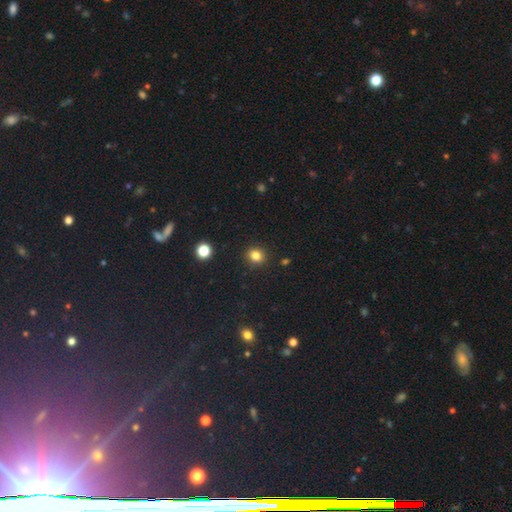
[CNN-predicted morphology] type=smooth (82%); roundness=round (81%); merging=none (90%).